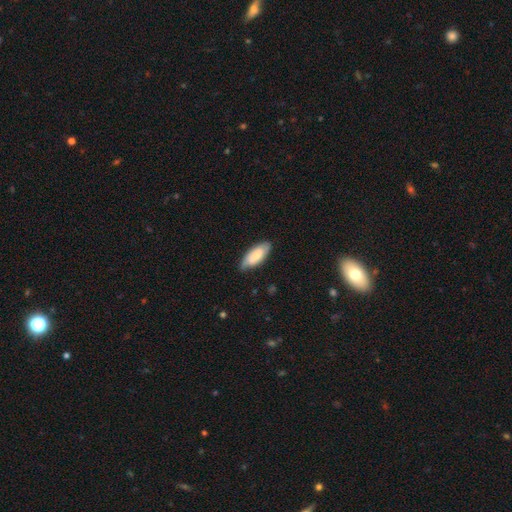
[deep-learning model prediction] This appears to be a smooth galaxy with no disk features (74%) that is in between round and cigar-shaped (81%). Merging: none (74%).